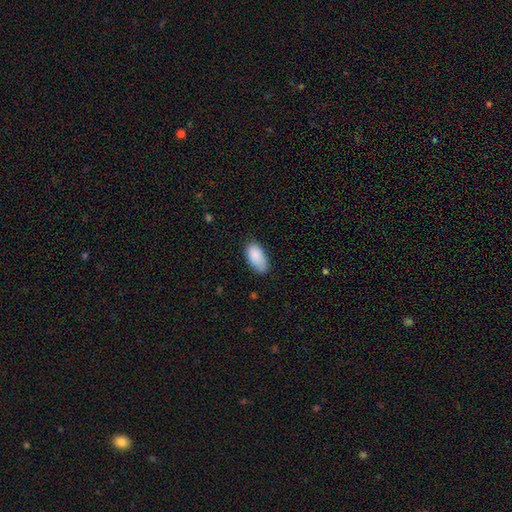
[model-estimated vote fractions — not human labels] Morphology: type=smooth (88%); roundness=in between (94%); merging=none (70%).